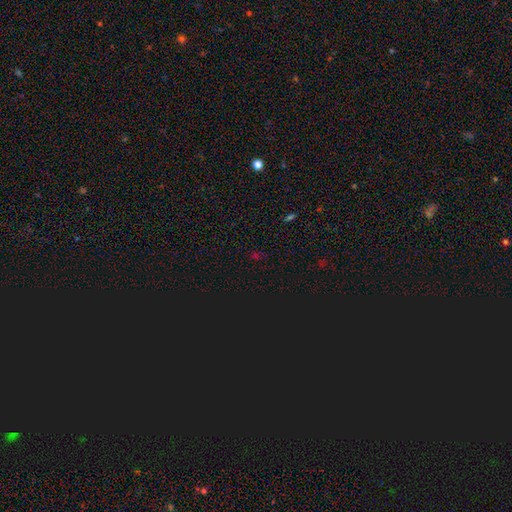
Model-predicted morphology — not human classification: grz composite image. It shows a star or artifact, not a galaxy (69%).